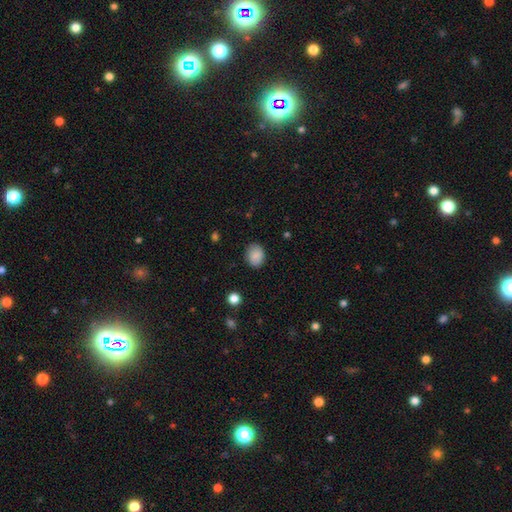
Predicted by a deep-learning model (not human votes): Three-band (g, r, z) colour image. It shows a smooth galaxy with no disk features (85%) that is round (50%). Merging: none (84%).